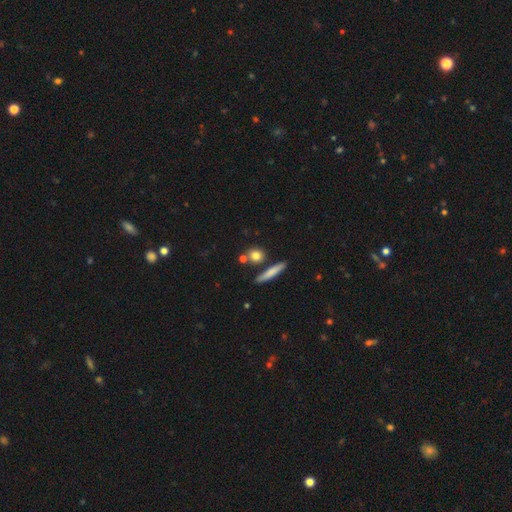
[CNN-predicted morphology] The model was most divided on "how rounded": round: 62%, in between: 20%, cigar-shaped: 18%. More confident: smooth or featured — smooth (78%); merging — none (74%).